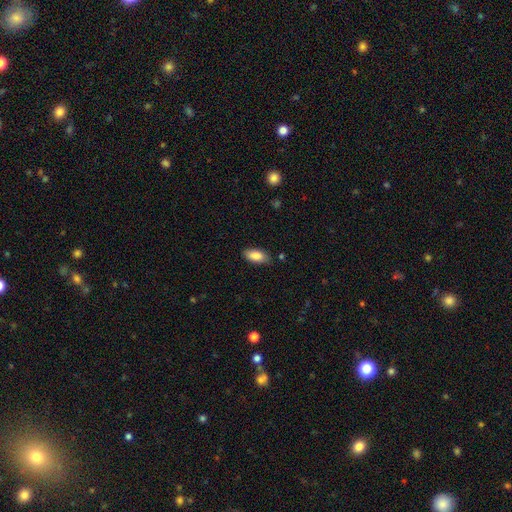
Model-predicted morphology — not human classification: This is clearly a smooth galaxy (85%). How rounded: clearly in between (90%). Merging: clearly none (83%).